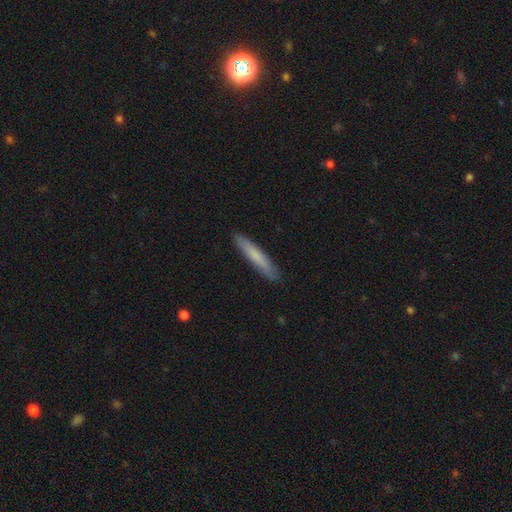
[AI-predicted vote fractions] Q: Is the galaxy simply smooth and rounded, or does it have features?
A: smooth — 72%.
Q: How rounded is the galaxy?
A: cigar-shaped — 93%.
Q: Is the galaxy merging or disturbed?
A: none — 89%.